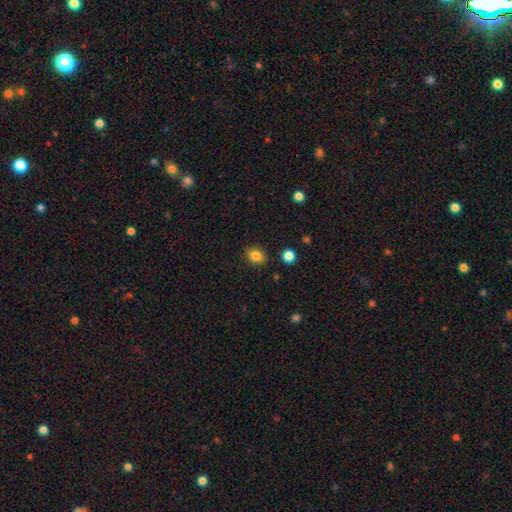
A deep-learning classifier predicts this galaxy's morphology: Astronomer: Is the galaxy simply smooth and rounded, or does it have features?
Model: smooth — 84%.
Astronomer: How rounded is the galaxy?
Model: in between — 55% (runner-up: round, 44%).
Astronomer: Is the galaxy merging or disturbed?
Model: none — 87%.